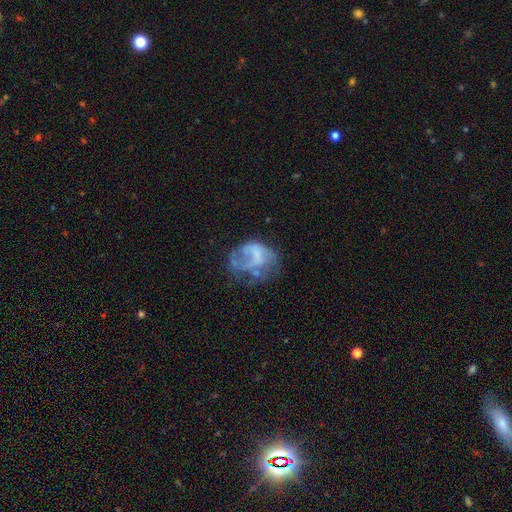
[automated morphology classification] featured or disk 56%, smooth 34%, star or artifact 10%. Down the decision tree: edge-on disk — no (98%); bar — no (74%); spiral arms — no (66%); bulge size — none (61%); merging — major disturbance (42%).